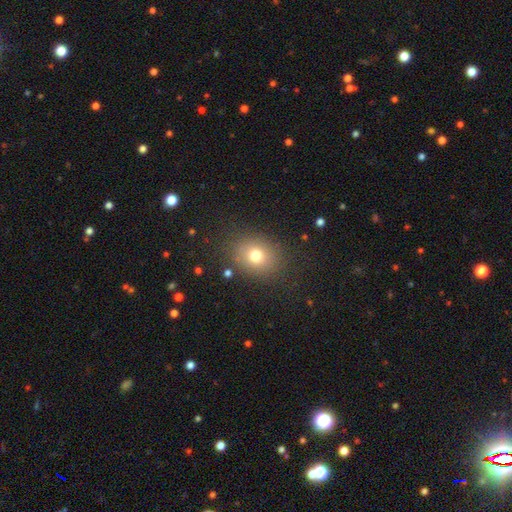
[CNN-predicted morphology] smooth_or_featured: smooth (p=0.74) [alt: star or artifact p=0.15]
how_rounded: round (p=0.61) [alt: in between p=0.38]
merging: none (p=0.83) [alt: minor disturbance p=0.10]